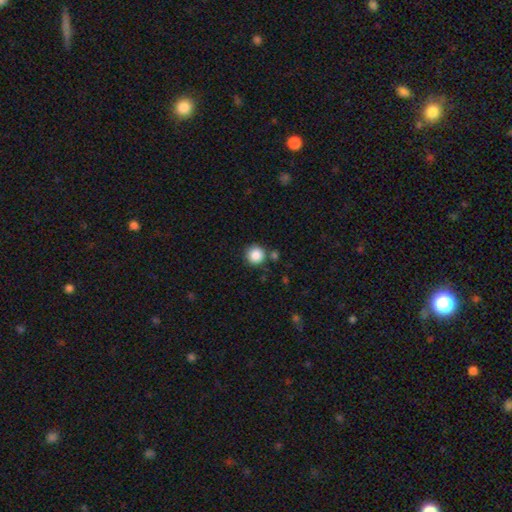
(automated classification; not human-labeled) smooth_or_featured: smooth (p=0.87) [alt: star or artifact p=0.10]
how_rounded: round (p=0.94) [alt: in between p=0.05]
merging: none (p=0.80) [alt: minor disturbance p=0.09]